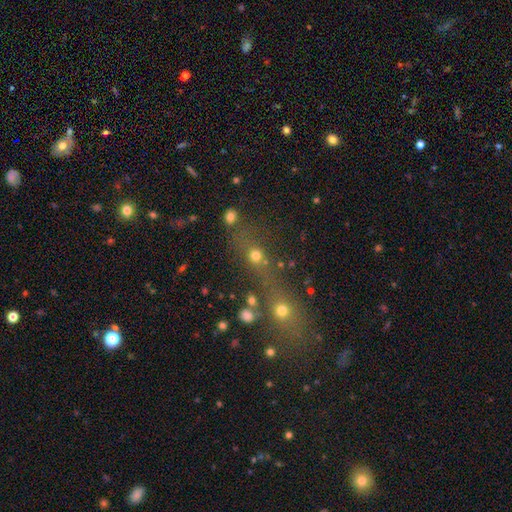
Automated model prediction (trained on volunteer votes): The model was most divided on "merging": none: 43%, merger: 40%, minor disturbance: 9%, major disturbance: 8%. More confident: how rounded — round (76%); smooth or featured — smooth (62%).